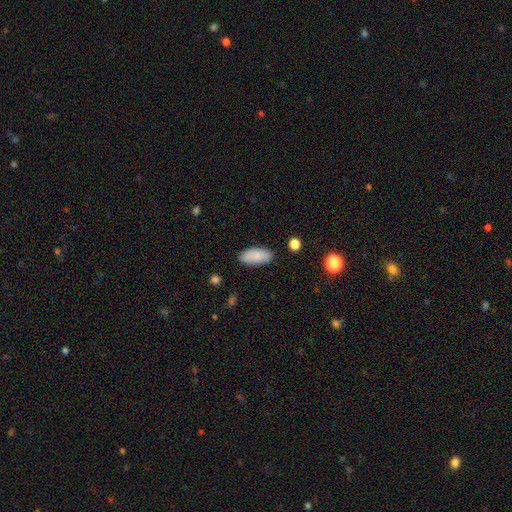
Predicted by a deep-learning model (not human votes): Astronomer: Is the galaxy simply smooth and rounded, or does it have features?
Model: smooth — 86%.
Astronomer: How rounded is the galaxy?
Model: in between — 89%.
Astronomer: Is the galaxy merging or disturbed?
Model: none — 86%.